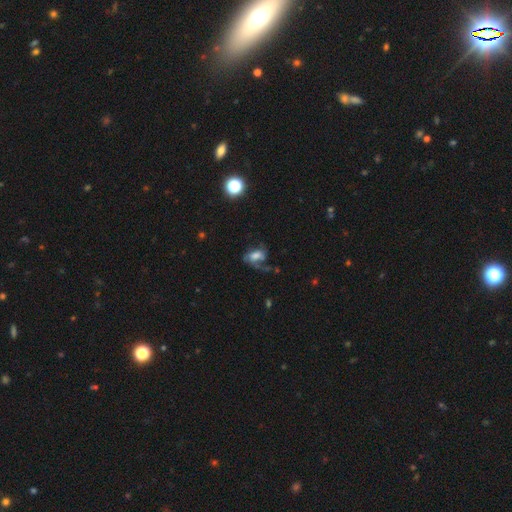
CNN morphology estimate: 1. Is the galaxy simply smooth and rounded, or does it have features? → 53% featured or disk, 35% smooth, 12% star or artifact.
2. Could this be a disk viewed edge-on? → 95% no, 5% yes.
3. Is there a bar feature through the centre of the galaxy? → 55% no, 34% weak, 12% strong.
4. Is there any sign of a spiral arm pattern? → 78% yes, 22% no.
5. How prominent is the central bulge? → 36% moderate, 32% large, 17% small, 10% none, 5% dominant.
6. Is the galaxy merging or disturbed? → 42% major disturbance, 33% none, 21% minor disturbance, 4% merger.